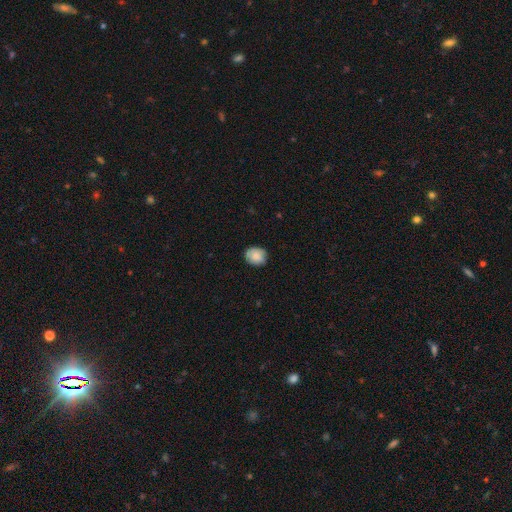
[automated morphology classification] Smooth or featured? Predicted: smooth (p=0.85). How rounded? Predicted: round (p=0.58). Merging? Predicted: none (p=0.82).